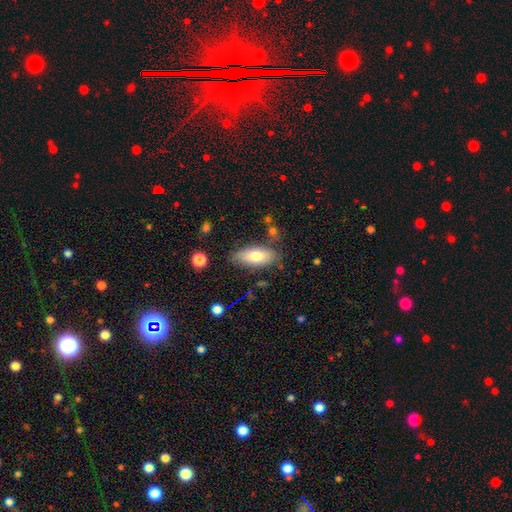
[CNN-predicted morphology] type=smooth (73%); roundness=in between (82%); merging=none (78%).